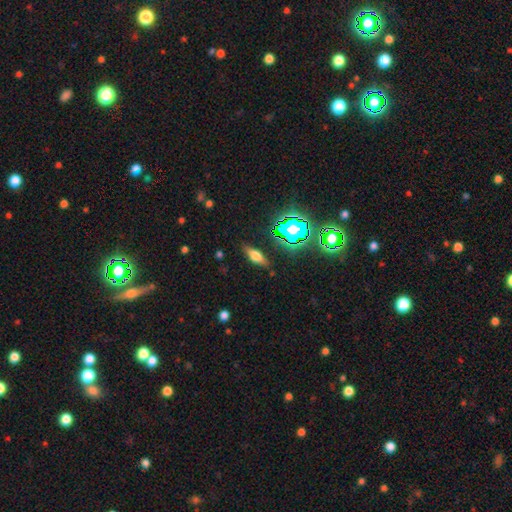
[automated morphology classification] This appears to be a smooth galaxy with no disk features (50%) that is in between round and cigar-shaped (59%). Merging: none (84%).